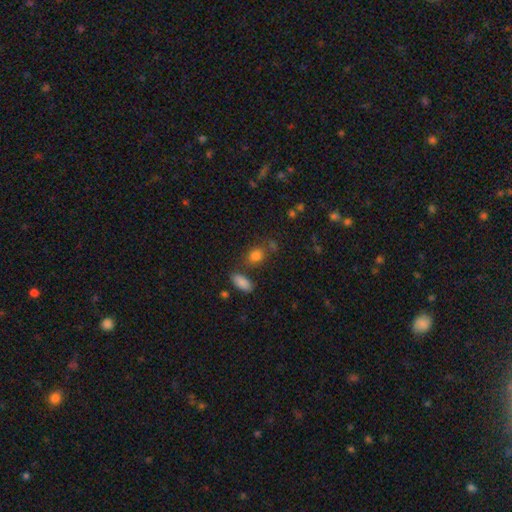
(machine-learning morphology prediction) Q: Smooth or featured?
A: smooth (82%); runner-up: star or artifact (11%)
Q: How rounded?
A: in between (55%); runner-up: round (42%)
Q: Merging?
A: none (68%); runner-up: minor disturbance (14%)